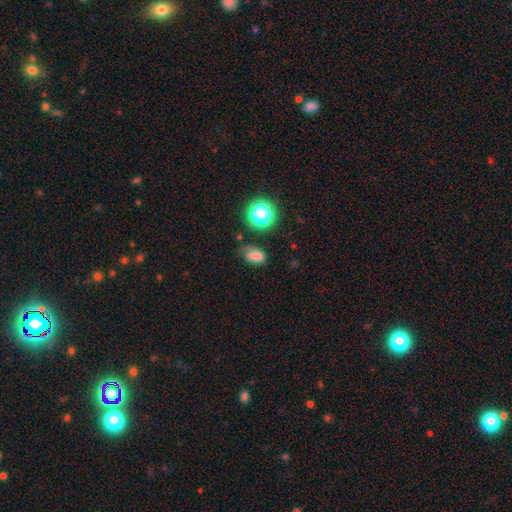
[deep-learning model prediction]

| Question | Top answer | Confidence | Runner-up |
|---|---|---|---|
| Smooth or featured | smooth | 71% | star or artifact (17%) |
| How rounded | in between | 77% | round (21%) |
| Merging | none | 47% | minor disturbance (32%) |